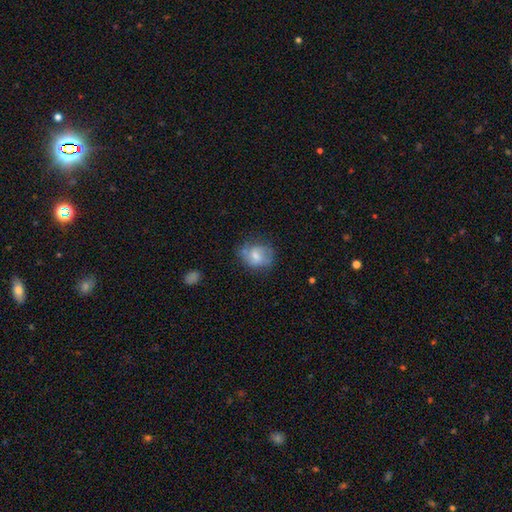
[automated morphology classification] This is possibly a smooth galaxy (55%). How rounded: possibly round (59%). Merging: possibly none (55%).